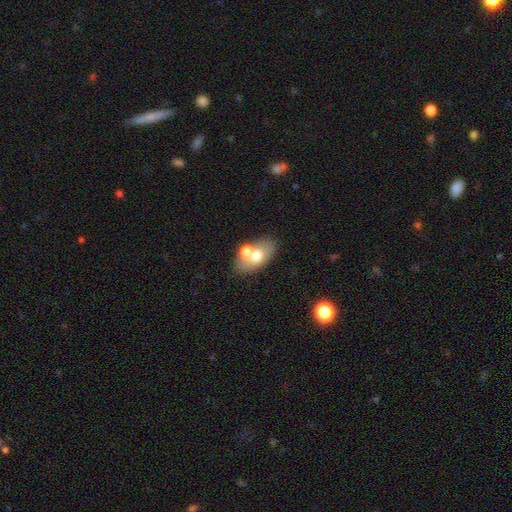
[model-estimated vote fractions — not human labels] smooth 62%, featured or disk 29%, star or artifact 9%. Down the decision tree: how rounded — in between (87%); merging — none (54%).